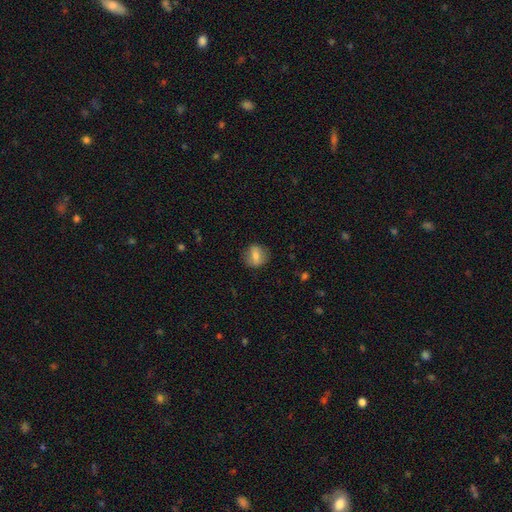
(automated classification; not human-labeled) This is likely a smooth galaxy (66%). How rounded: likely round (64%). Merging: clearly none (81%).